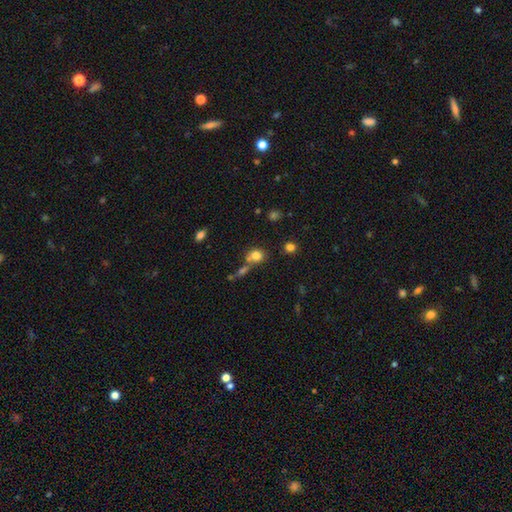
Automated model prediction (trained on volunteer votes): The model was most divided on "merging": none: 54%, merger: 31%, minor disturbance: 11%, major disturbance: 5%. More confident: smooth or featured — smooth (77%); how rounded — round (76%).